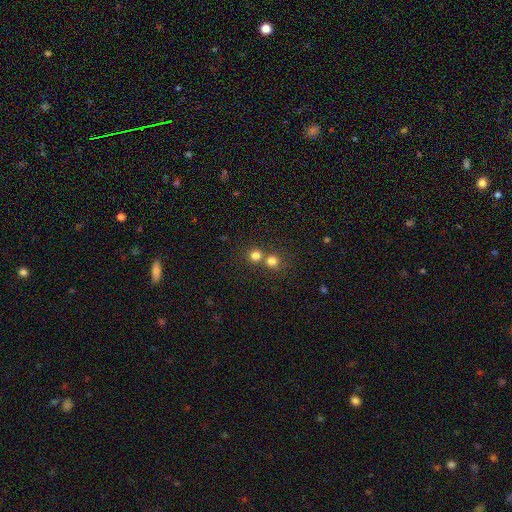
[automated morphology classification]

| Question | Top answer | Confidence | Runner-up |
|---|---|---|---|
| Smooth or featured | smooth | 78% | star or artifact (15%) |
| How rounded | round | 91% | in between (8%) |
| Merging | none | 54% | merger (39%) |